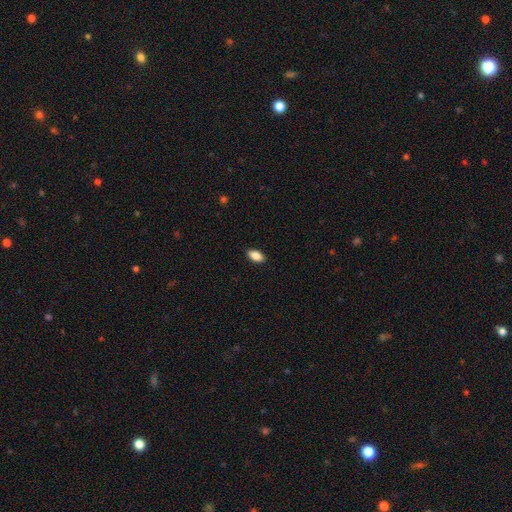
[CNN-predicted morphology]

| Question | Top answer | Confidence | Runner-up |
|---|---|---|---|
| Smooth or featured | smooth | 88% | star or artifact (7%) |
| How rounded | in between | 92% | cigar-shaped (5%) |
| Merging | none | 89% | minor disturbance (8%) |